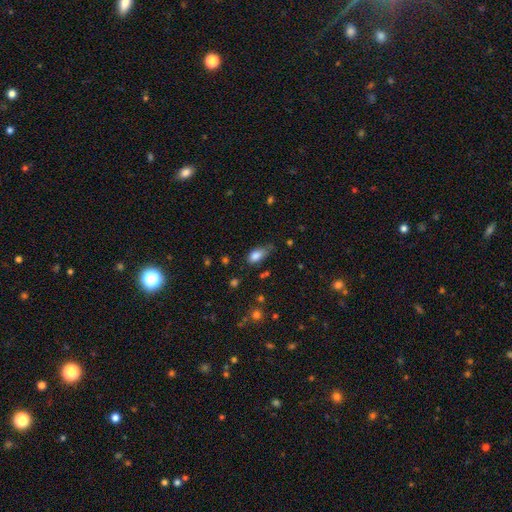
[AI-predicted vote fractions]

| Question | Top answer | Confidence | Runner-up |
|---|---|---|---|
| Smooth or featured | smooth | 83% | star or artifact (9%) |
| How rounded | in between | 88% | round (6%) |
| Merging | none | 47% | minor disturbance (39%) |